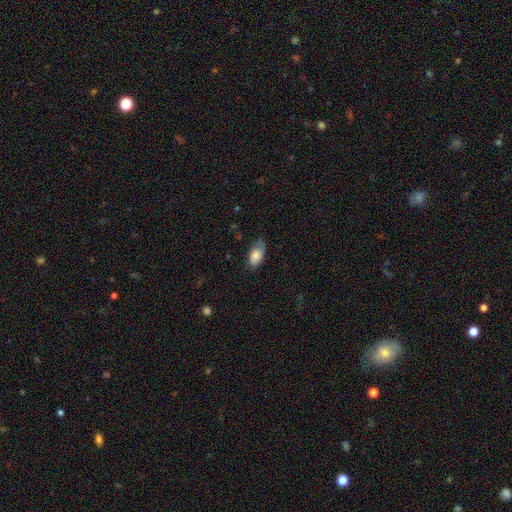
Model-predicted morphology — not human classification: The model was most divided on "merging": none: 66%, minor disturbance: 26%, major disturbance: 6%, merger: 1%. More confident: how rounded — in between (93%); smooth or featured — smooth (80%).